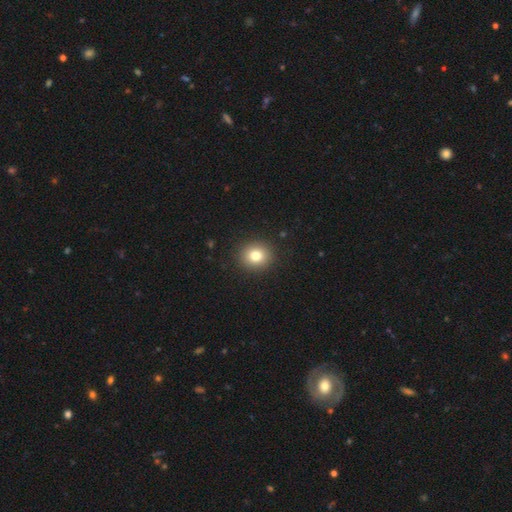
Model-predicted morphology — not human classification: Smooth or featured? Predicted: smooth (p=0.80). How rounded? Predicted: round (p=0.80). Merging? Predicted: none (p=0.91).